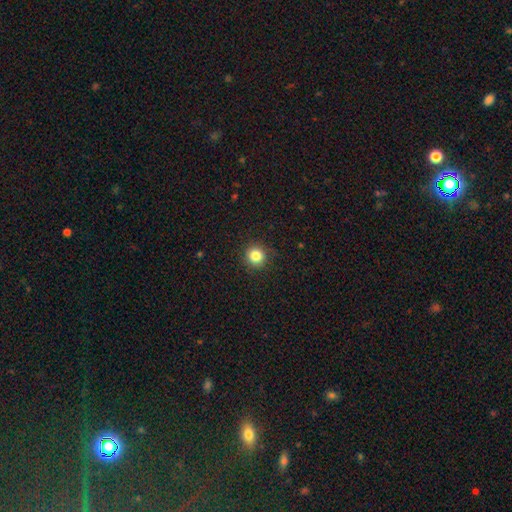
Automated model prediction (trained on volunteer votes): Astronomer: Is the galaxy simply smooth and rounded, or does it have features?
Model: smooth — 85%.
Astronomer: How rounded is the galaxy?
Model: round — 94%.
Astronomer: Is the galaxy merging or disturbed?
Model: none — 90%.